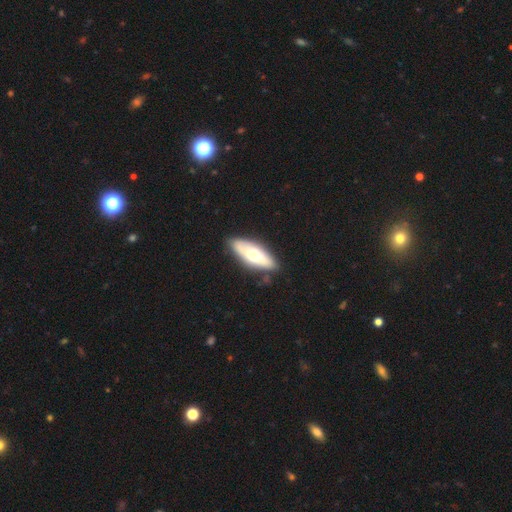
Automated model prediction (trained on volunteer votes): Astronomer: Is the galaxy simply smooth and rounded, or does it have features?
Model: smooth — 55% (runner-up: featured or disk, 39%).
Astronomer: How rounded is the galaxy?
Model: in between — 67%.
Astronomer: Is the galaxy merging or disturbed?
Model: none — 83%.